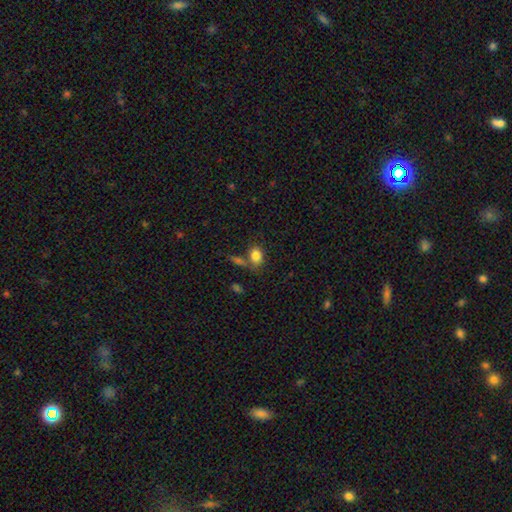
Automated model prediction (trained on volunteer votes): Smooth or featured: smooth — 83% (star or artifact — 9%)
How rounded: in between — 70% (round — 28%)
Merging: none — 57% (merger — 23%)